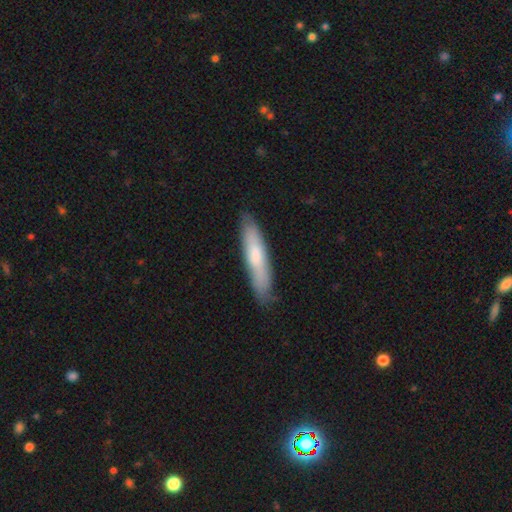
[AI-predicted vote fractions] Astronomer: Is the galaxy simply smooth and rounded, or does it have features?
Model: smooth — 67%.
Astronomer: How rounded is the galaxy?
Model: cigar-shaped — 84%.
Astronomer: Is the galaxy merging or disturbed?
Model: none — 83%.